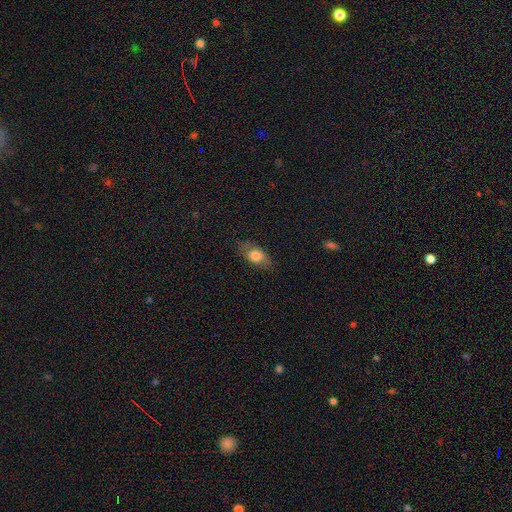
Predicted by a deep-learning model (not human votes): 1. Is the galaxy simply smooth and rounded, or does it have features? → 74% smooth, 19% featured or disk, 8% star or artifact.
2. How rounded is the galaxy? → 80% in between, 12% round, 8% cigar-shaped.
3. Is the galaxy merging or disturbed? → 78% none, 16% minor disturbance, 5% major disturbance, 1% merger.